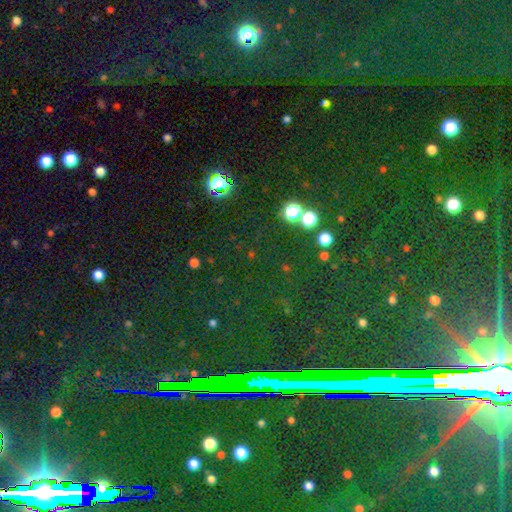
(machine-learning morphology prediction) A star or artifact, not a galaxy (83%).